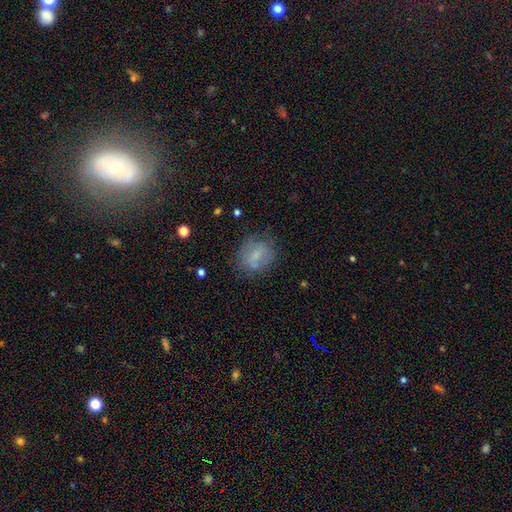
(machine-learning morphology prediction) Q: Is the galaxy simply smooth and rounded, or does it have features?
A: smooth — 63%.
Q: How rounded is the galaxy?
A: round — 57%.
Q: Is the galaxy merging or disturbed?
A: none — 67%.